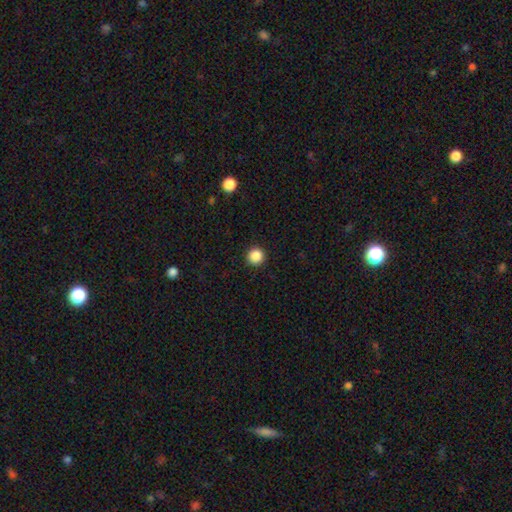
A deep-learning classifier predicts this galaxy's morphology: Q: Smooth or featured?
A: smooth (87%); runner-up: star or artifact (10%)
Q: How rounded?
A: round (96%); runner-up: in between (3%)
Q: Merging?
A: none (93%); runner-up: minor disturbance (4%)